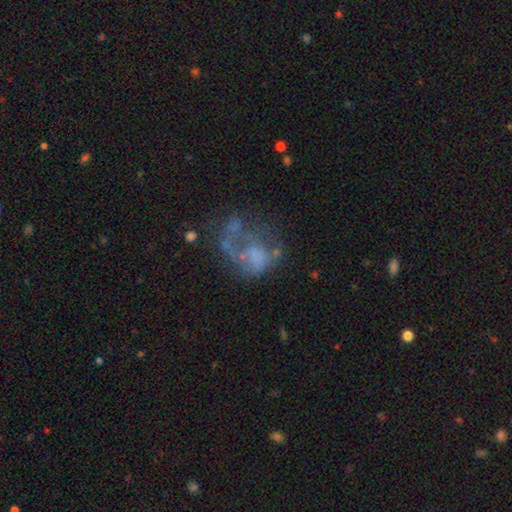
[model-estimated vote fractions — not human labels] The model was most divided on "merging": major disturbance: 45%, none: 25%, minor disturbance: 15%, merger: 15%. More confident: edge-on disk — no (98%); bar — no (89%); spiral arms — no (85%); bulge size — none (69%); smooth or featured — featured or disk (53%).